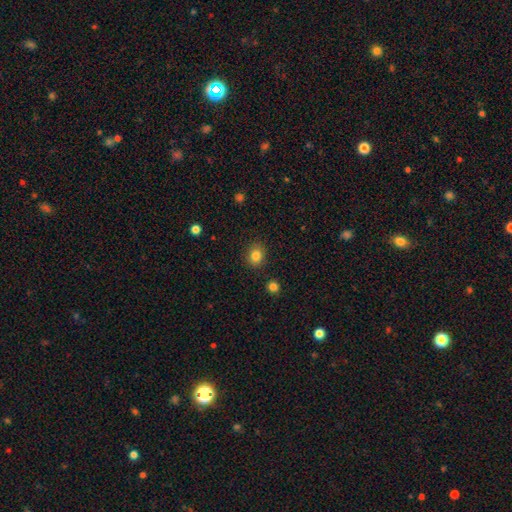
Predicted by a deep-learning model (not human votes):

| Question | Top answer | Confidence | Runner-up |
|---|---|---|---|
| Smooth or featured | smooth | 83% | star or artifact (11%) |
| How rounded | round | 62% | in between (37%) |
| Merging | none | 88% | minor disturbance (8%) |